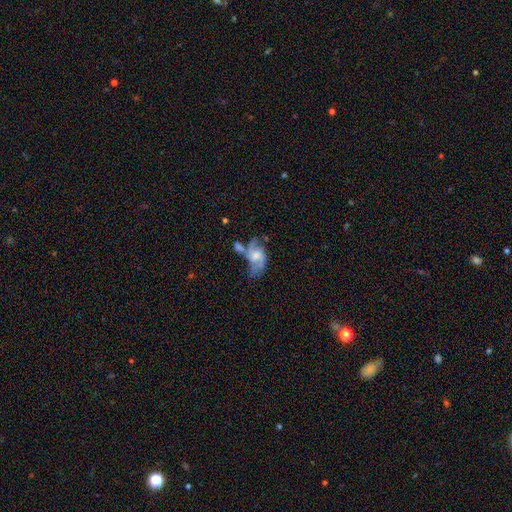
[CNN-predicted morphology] Smooth or featured: featured or disk — 63% (smooth — 28%)
Edge-on disk: no — 96% (yes — 4%)
Bar: no — 58% (weak — 34%)
Spiral arms: yes — 75% (no — 25%)
Bulge size: moderate — 42% (small — 30%)
Merging: merger — 30% (none — 26%)